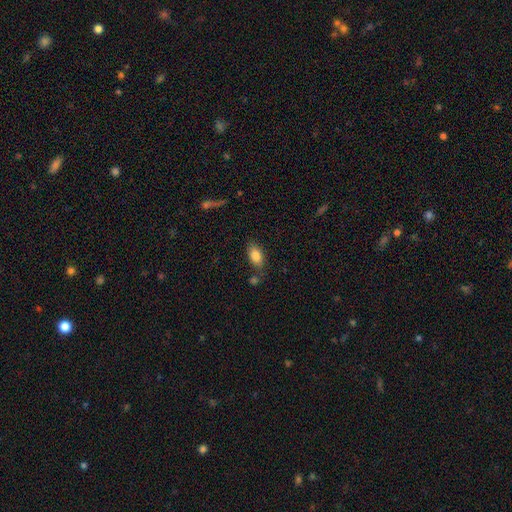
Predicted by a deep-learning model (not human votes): Q: Smooth or featured?
A: smooth (84%); runner-up: featured or disk (8%)
Q: How rounded?
A: in between (90%); runner-up: round (6%)
Q: Merging?
A: none (74%); runner-up: minor disturbance (15%)